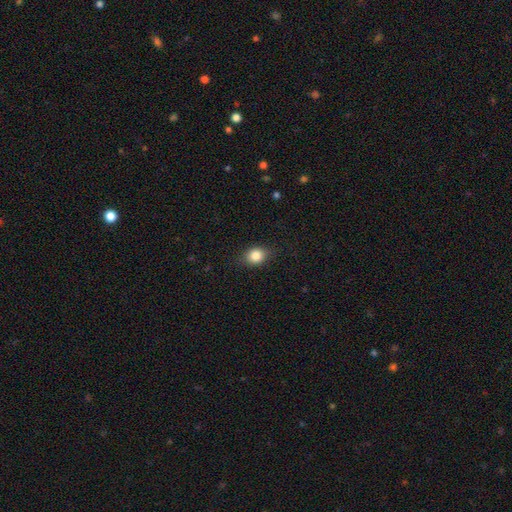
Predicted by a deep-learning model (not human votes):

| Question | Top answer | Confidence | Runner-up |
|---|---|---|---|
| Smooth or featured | smooth | 83% | star or artifact (10%) |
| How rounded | round | 56% | in between (42%) |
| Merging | none | 82% | minor disturbance (14%) |